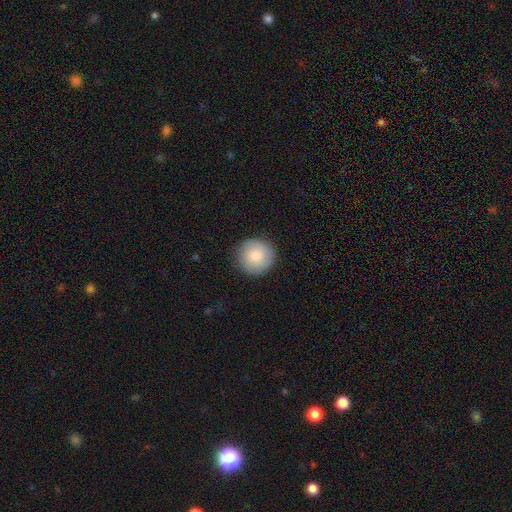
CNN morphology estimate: The model was most divided on "smooth or featured": smooth: 78%, featured or disk: 15%, star or artifact: 6%. More confident: how rounded — round (94%); merging — none (87%).